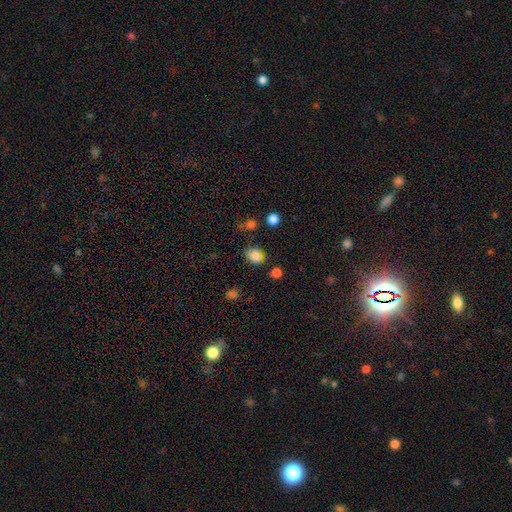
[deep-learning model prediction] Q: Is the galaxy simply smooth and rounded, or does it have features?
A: smooth — 81%.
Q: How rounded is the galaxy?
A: round — 52%.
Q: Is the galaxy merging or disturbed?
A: none — 72%.